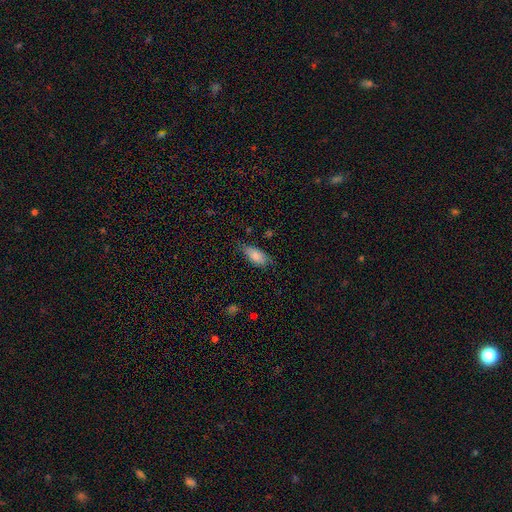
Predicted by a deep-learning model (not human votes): smooth-or-featured: smooth: 83% | featured or disk: 10% | star or artifact: 7%
  how-rounded: in between: 88% | cigar-shaped: 9% | round: 3%
  merging: none: 64% | minor disturbance: 28% | major disturbance: 6% | merger: 2%